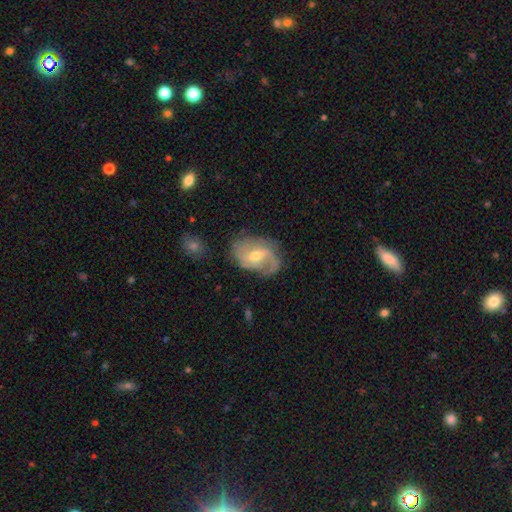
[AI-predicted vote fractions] Smooth or featured?
  - featured or disk: 80% *
  - smooth: 14%
  - star or artifact: 6%
Edge-on disk?
  - no: 97% *
  - yes: 3%
Bar?
  - weak: 46% *
  - no: 41%
  - strong: 14%
Spiral arms?
  - yes: 93% *
  - no: 7%
Spiral winding?
  - loose: 42% *
  - medium: 41%
  - tight: 17%
Spiral arm count?
  - 2: 59% *
  - 1: 14%
  - can't tell: 12%
  - 3: 10%
  - 4: 2%
  - more than 4: 2%
Bulge size?
  - moderate: 56% *
  - small: 40%
  - large: 2%
  - none: 1%
  - dominant: 1%
Merging?
  - none: 63% *
  - minor disturbance: 23%
  - major disturbance: 11%
  - merger: 2%